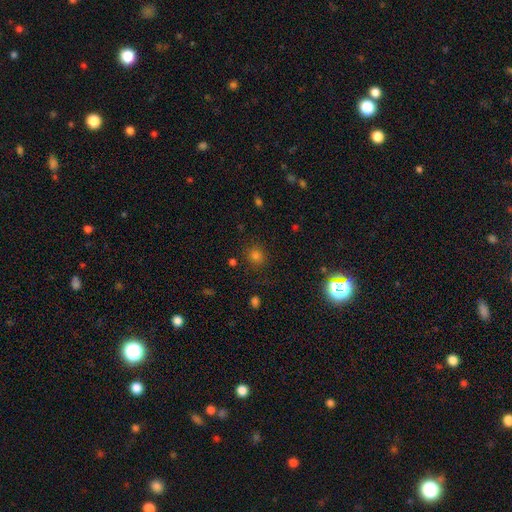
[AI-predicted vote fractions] smooth 70%, star or artifact 24%, featured or disk 6%. Down the decision tree: how rounded — round (86%); merging — none (86%).